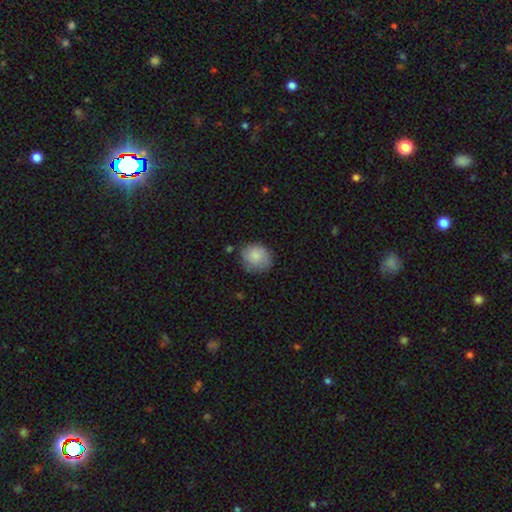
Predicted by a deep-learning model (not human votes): A smooth galaxy with no disk features (79%) that is round (73%).

Vote fractions:
- Smooth or featured? smooth: 79% / featured or disk: 14% / star or artifact: 7%
- How rounded? round: 73% / in between: 26% / cigar-shaped: 1%
- Merging? none: 69% / minor disturbance: 23% / major disturbance: 5% / merger: 3%